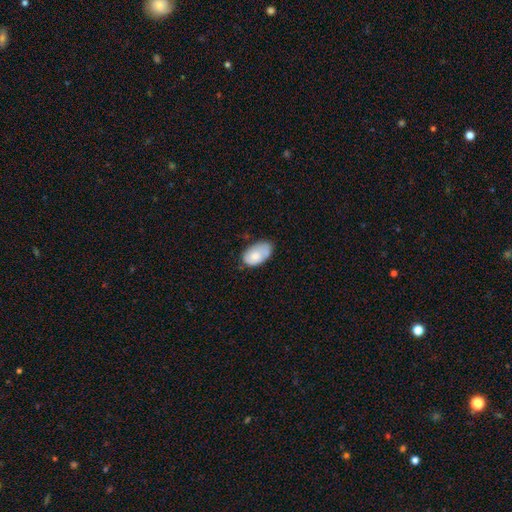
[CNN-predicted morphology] type=smooth (72%); roundness=in between (93%); merging=none (53%).